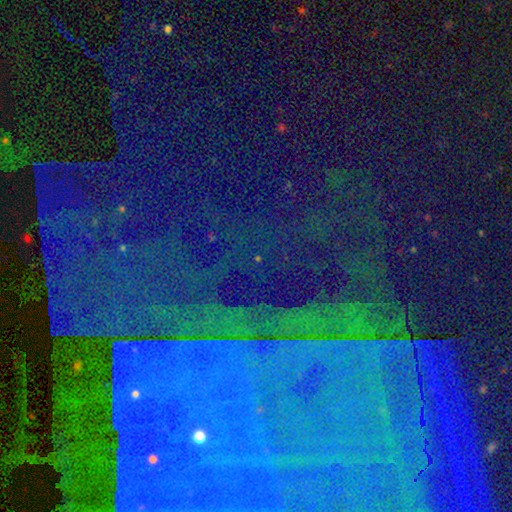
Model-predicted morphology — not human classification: Smooth or featured: star or artifact — 84% (featured or disk — 9%)